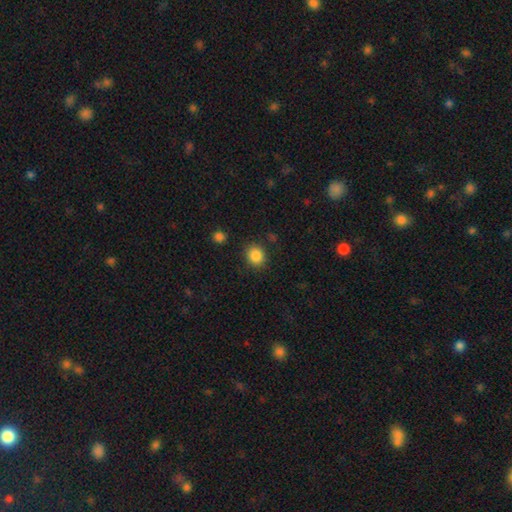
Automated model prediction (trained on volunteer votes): smooth 86%, star or artifact 10%, featured or disk 4%. Down the decision tree: how rounded — round (76%); merging — none (86%).